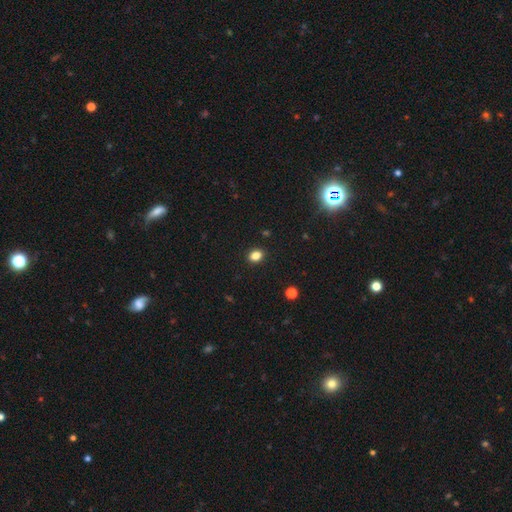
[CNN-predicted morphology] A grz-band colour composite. It shows a smooth galaxy with no disk features (83%) that is in between round and cigar-shaped (56%). Merging: none (90%).